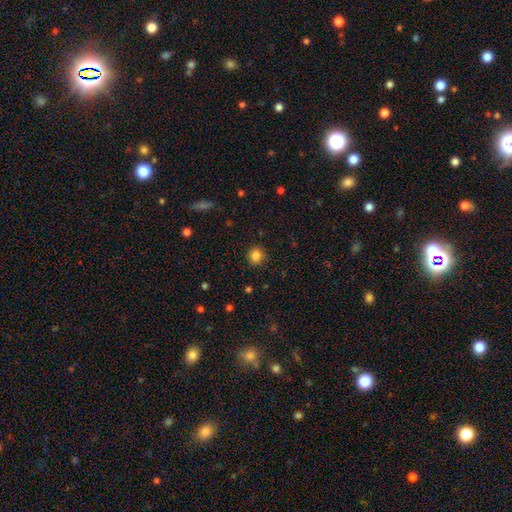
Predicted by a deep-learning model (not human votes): This appears to be a smooth galaxy with no disk features (84%) that is round (87%). Merging: none (90%).